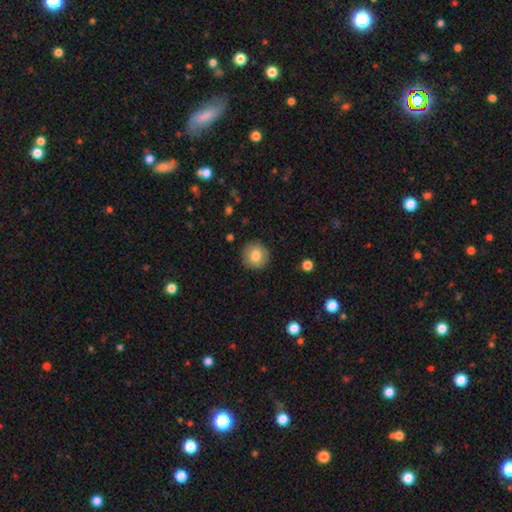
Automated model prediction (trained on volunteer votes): Smooth or featured: smooth — 81% (featured or disk — 11%)
How rounded: round — 93% (in between — 6%)
Merging: none — 90% (minor disturbance — 7%)